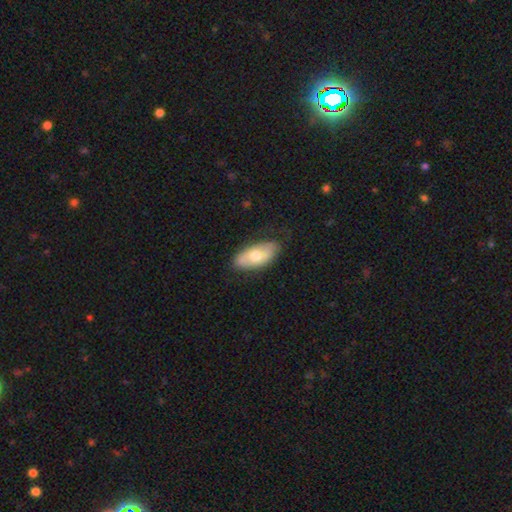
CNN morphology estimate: Smooth or featured?
  - smooth: 58% *
  - featured or disk: 36%
  - star or artifact: 5%
How rounded?
  - in between: 91% *
  - cigar-shaped: 6%
  - round: 3%
Merging?
  - none: 78% *
  - minor disturbance: 17%
  - major disturbance: 4%
  - merger: 1%